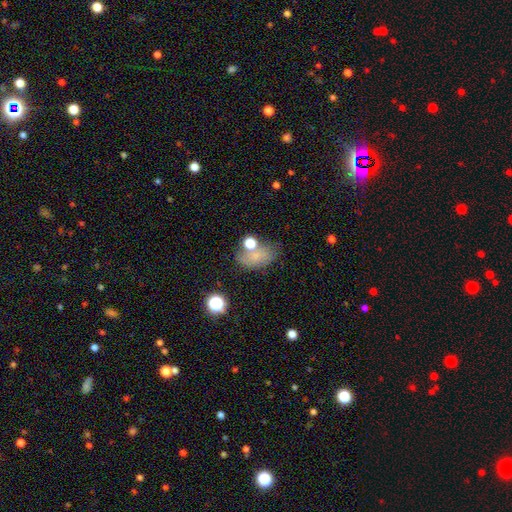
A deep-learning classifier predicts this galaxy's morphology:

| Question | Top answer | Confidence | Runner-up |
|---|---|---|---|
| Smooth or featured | smooth | 66% | featured or disk (17%) |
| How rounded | in between | 80% | round (18%) |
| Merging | none | 50% | minor disturbance (23%) |